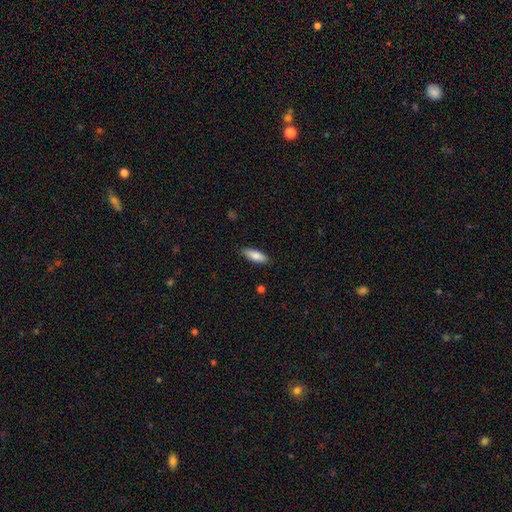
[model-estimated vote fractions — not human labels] Overall: smooth (81%). How rounded: in between (65%; cigar-shaped 33%). Merging: none (86%).